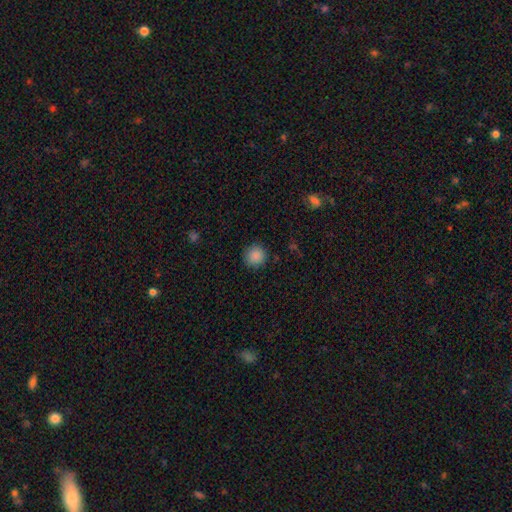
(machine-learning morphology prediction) A smooth galaxy with no disk features (87%) that is round (93%).

Vote fractions:
- Smooth or featured? smooth: 87% / star or artifact: 10% / featured or disk: 3%
- How rounded? round: 93% / in between: 7% / cigar-shaped: 1%
- Merging? none: 89% / minor disturbance: 8% / major disturbance: 2% / merger: 1%